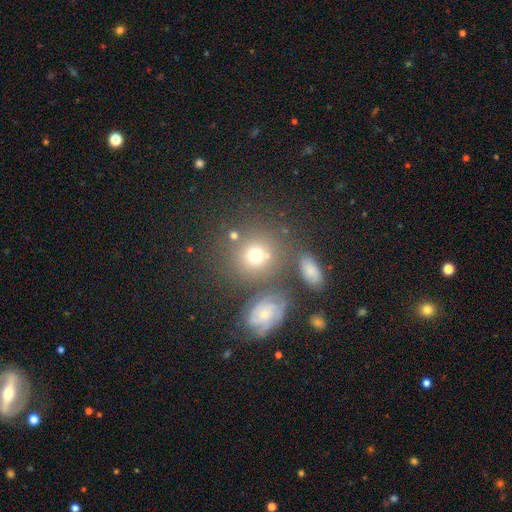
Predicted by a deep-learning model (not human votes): Smooth or featured: smooth — 60% (featured or disk — 23%)
How rounded: round — 81% (in between — 18%)
Merging: none — 67% (merger — 14%)